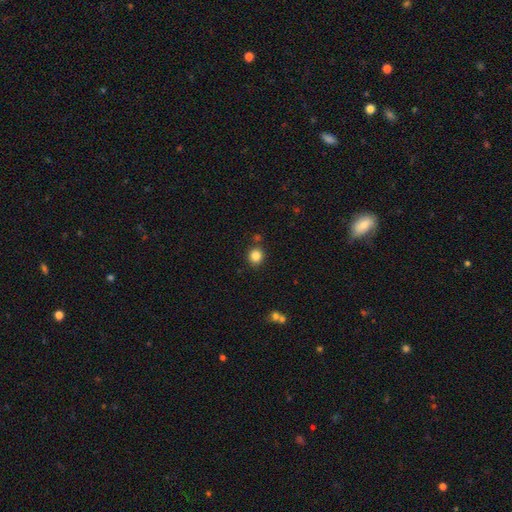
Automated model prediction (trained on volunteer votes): The model was most divided on "smooth or featured": smooth: 85%, star or artifact: 11%, featured or disk: 4%. More confident: how rounded — round (87%); merging — none (84%).